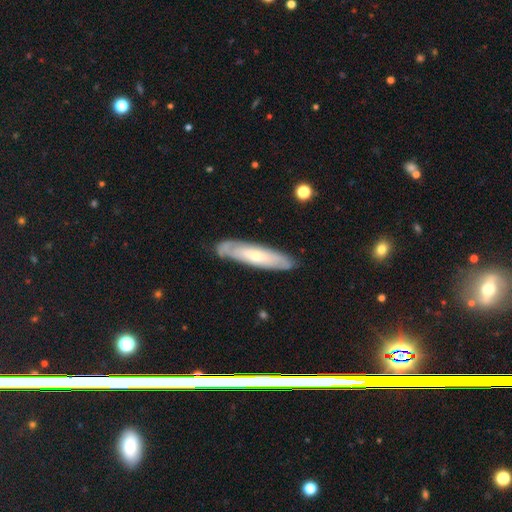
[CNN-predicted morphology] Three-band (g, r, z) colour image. It shows a featured or disk galaxy (54%). Merging: none (82%).